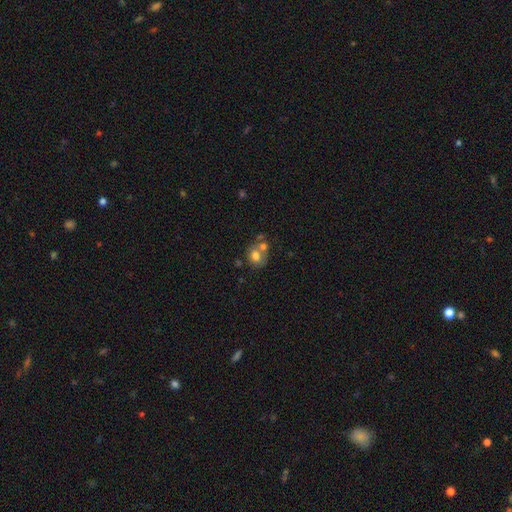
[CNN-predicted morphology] Smooth or featured: smooth — 69% (featured or disk — 21%)
How rounded: round — 64% (in between — 36%)
Merging: merger — 47% (none — 36%)